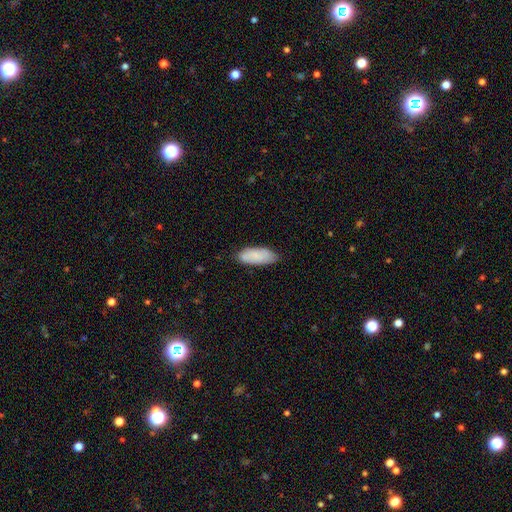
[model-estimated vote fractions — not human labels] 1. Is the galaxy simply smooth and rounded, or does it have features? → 85% smooth, 9% featured or disk, 6% star or artifact.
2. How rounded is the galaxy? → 81% in between, 17% cigar-shaped, 2% round.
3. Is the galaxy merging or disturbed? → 77% none, 19% minor disturbance, 3% major disturbance, 1% merger.